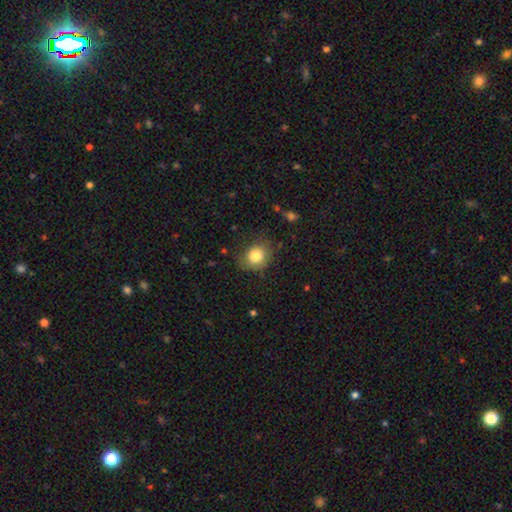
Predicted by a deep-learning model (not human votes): A smooth galaxy with no disk features (81%) that is round (75%). Merging: none (73%).